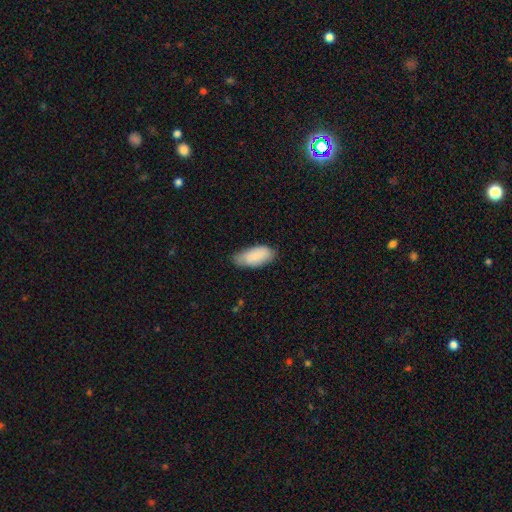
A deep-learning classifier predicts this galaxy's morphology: This appears to be a smooth galaxy with no disk features (85%) that is in between round and cigar-shaped (91%). Merging: none (64%).